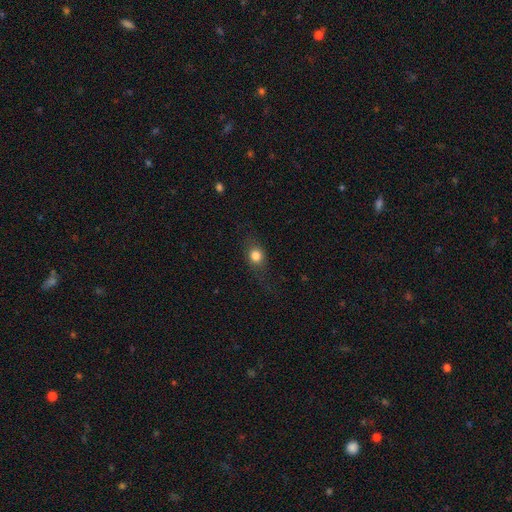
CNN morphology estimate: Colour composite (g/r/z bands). It shows a smooth galaxy with no disk features (78%) that is round (59%). Merging: none (74%).